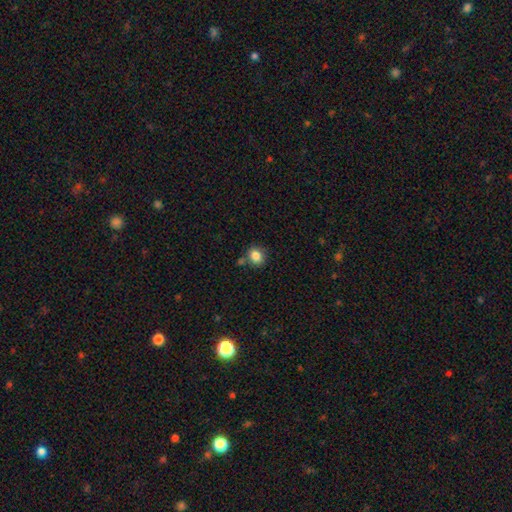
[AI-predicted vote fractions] Morphology: type=smooth (84%); roundness=round (74%); merging=none (75%).